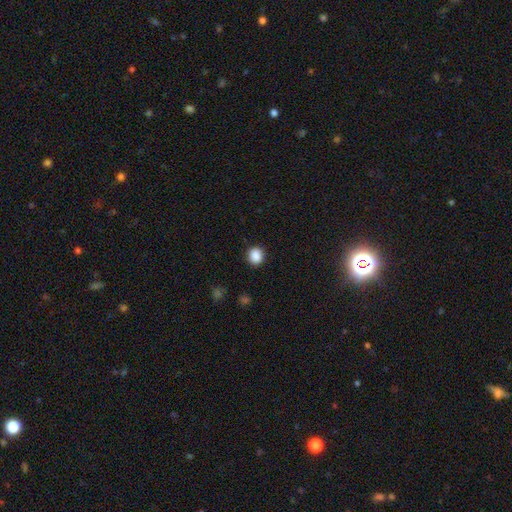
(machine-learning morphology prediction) This appears to be a smooth galaxy with no disk features (88%) that is round (81%). Merging: none (90%).